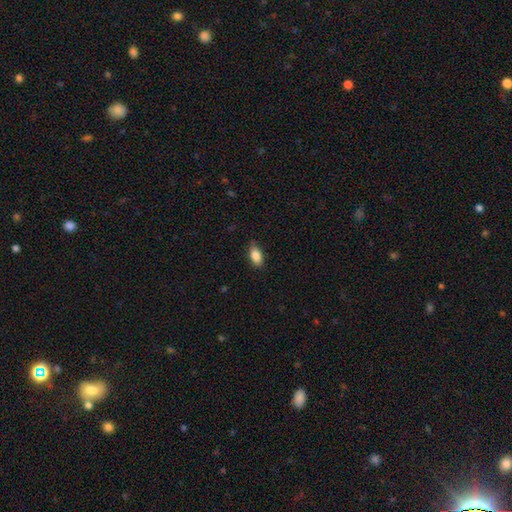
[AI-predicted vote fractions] Smooth or featured? smooth (86%)
How rounded? in between (89%)
Merging? none (76%)